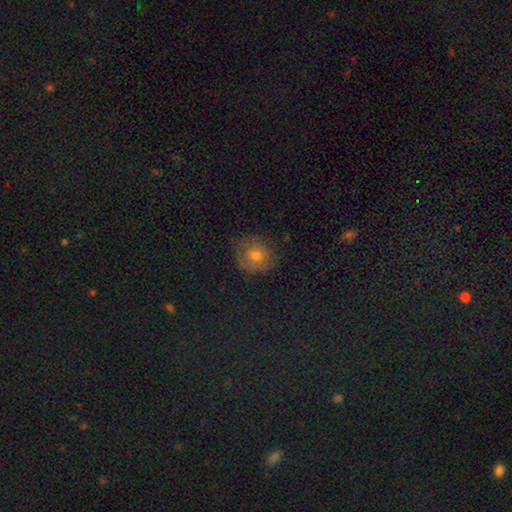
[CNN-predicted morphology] A smooth galaxy with no disk features (65%) that is round (81%). Merging: none (72%).